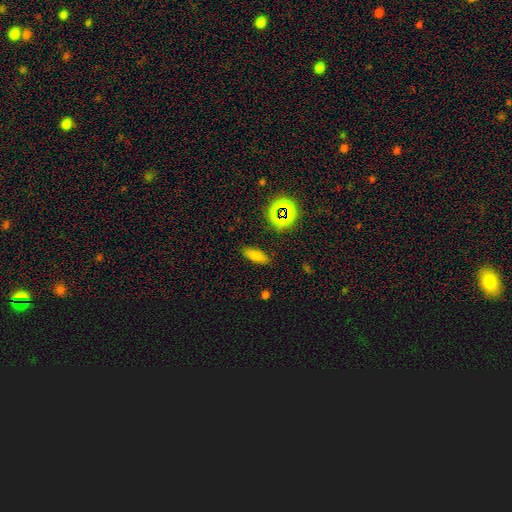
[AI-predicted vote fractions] smooth_or_featured: smooth (p=0.75) [alt: star or artifact p=0.17]
how_rounded: in between (p=0.64) [alt: cigar-shaped p=0.32]
merging: none (p=0.86) [alt: minor disturbance p=0.10]